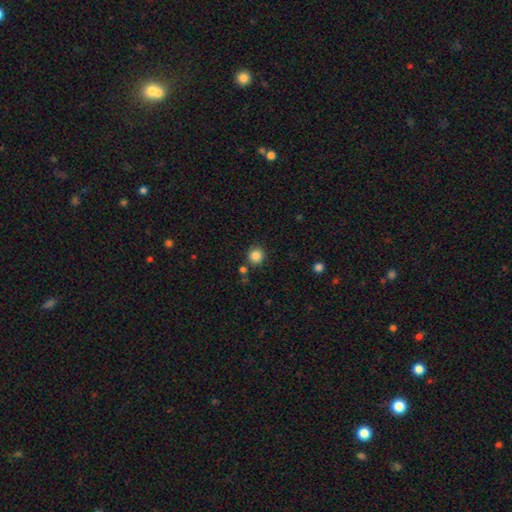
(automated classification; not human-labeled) Smooth or featured: smooth — 86% (star or artifact — 11%)
How rounded: round — 92% (in between — 7%)
Merging: none — 86% (minor disturbance — 7%)